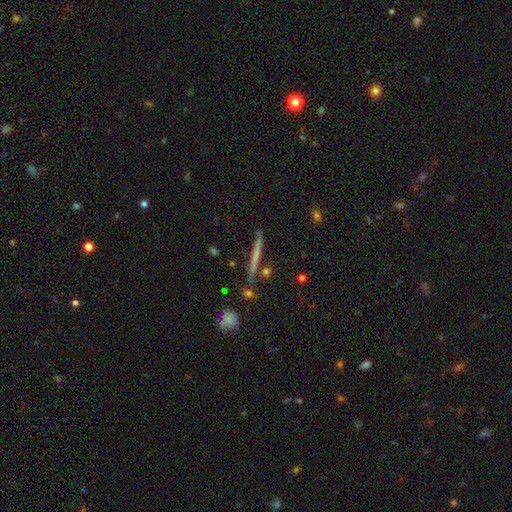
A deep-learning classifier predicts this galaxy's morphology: smooth-or-featured: featured or disk: 46% (tied) | smooth: 46% (tied) | star or artifact: 8%
  merging: none: 86% | minor disturbance: 8% | merger: 4% | major disturbance: 2%